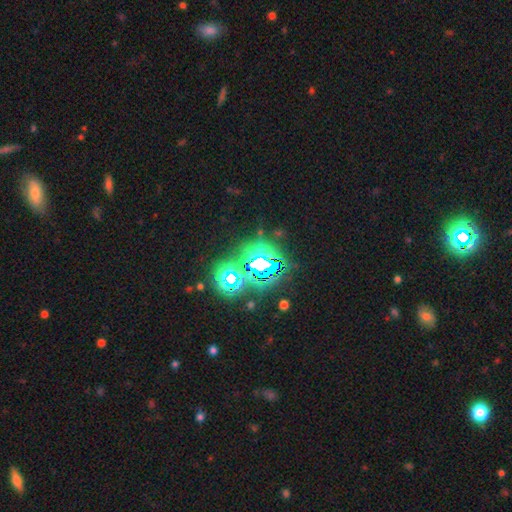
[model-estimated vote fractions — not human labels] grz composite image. It shows a star or artifact, not a galaxy (80%).